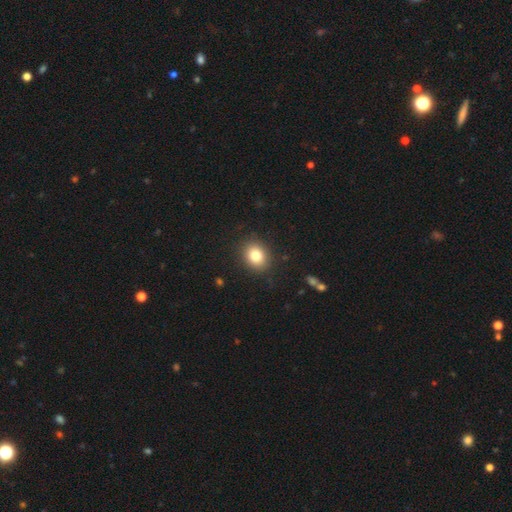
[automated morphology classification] A smooth galaxy with no disk features (82%) that is round (56%).

Vote fractions:
- Smooth or featured? smooth: 82% / star or artifact: 10% / featured or disk: 8%
- How rounded? round: 56% / in between: 43% / cigar-shaped: 1%
- Merging? none: 88% / minor disturbance: 8% / major disturbance: 2% / merger: 1%